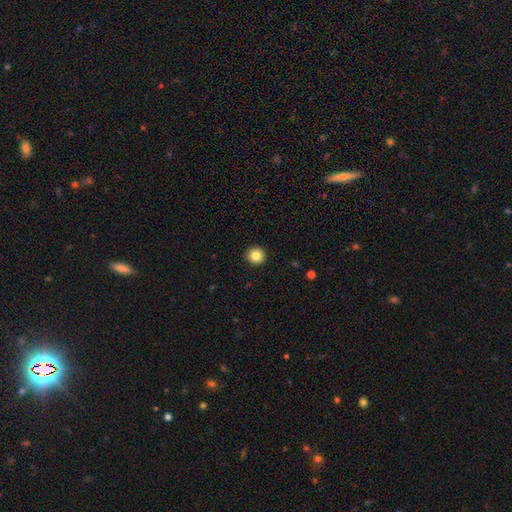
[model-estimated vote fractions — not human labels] smooth-or-featured: smooth: 84% | star or artifact: 10% | featured or disk: 6%
  how-rounded: round: 92% | in between: 7% | cigar-shaped: 1%
  merging: none: 93% | minor disturbance: 4% | major disturbance: 1% | merger: 1%